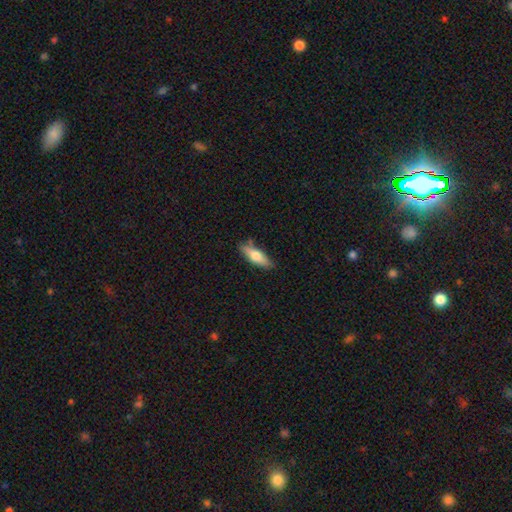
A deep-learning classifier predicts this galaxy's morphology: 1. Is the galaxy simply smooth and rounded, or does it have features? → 66% smooth, 28% featured or disk, 6% star or artifact.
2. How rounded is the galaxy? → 49% cigar-shaped, 48% in between, 2% round.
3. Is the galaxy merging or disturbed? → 78% none, 15% minor disturbance, 4% merger, 3% major disturbance.